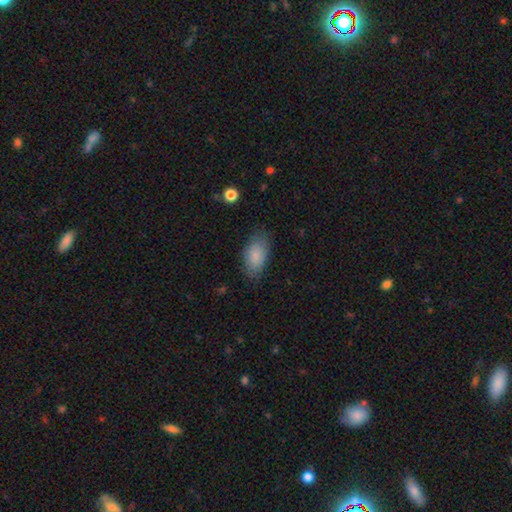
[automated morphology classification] smooth_or_featured: smooth (p=0.86) [alt: featured or disk p=0.07]
how_rounded: in between (p=0.92) [alt: round p=0.05]
merging: none (p=0.77) [alt: minor disturbance p=0.17]